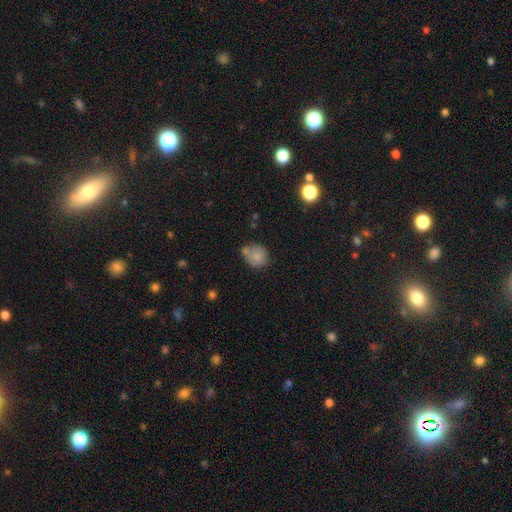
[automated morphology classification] Smooth or featured: smooth — 81% (star or artifact — 10%)
How rounded: round — 66% (in between — 33%)
Merging: none — 53% (merger — 20%)